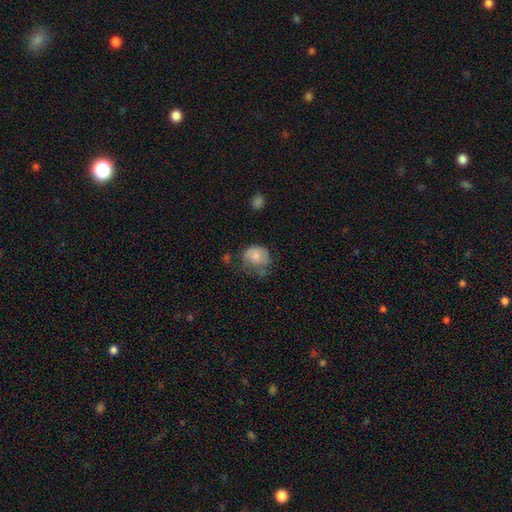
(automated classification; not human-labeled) A smooth galaxy with no disk features (69%) that is round (67%). Merging: minor disturbance (35%).